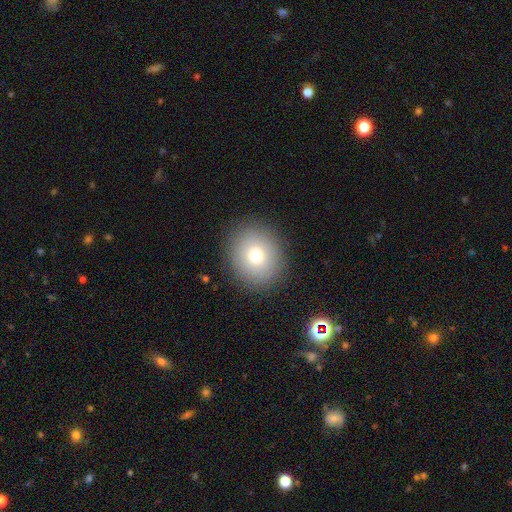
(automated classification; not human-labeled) Smooth or featured?
  - smooth: 76% *
  - featured or disk: 13%
  - star or artifact: 12%
How rounded?
  - round: 72% *
  - in between: 28%
  - cigar-shaped: 1%
Merging?
  - none: 89% *
  - minor disturbance: 7%
  - major disturbance: 3%
  - merger: 1%